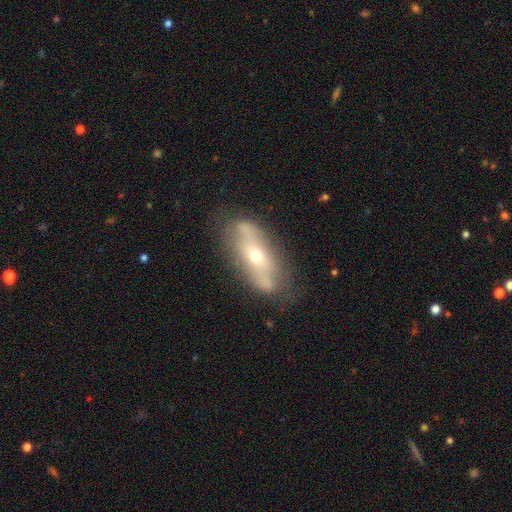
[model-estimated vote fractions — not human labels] smooth_or_featured: featured or disk (p=0.60) [alt: smooth p=0.33]
disk_edge_on: no (p=0.74) [alt: yes p=0.26]
merging: none (p=0.60) [alt: minor disturbance p=0.25]